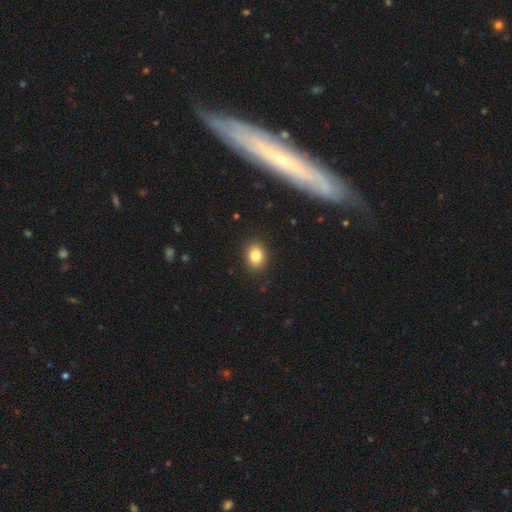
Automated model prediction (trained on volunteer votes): The model was most divided on "how rounded": in between: 56%, round: 43%, cigar-shaped: 1%. More confident: merging — none (90%); smooth or featured — smooth (83%).